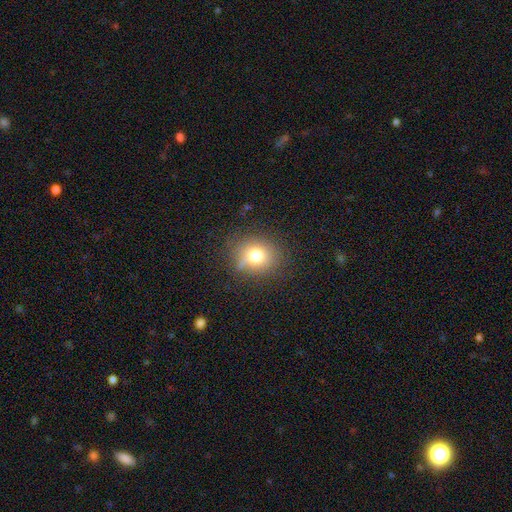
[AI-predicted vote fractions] smooth-or-featured: smooth: 73% | star or artifact: 15% | featured or disk: 12%
  how-rounded: round: 76% | in between: 23% | cigar-shaped: 1%
  merging: none: 75% | minor disturbance: 16% | major disturbance: 6% | merger: 3%